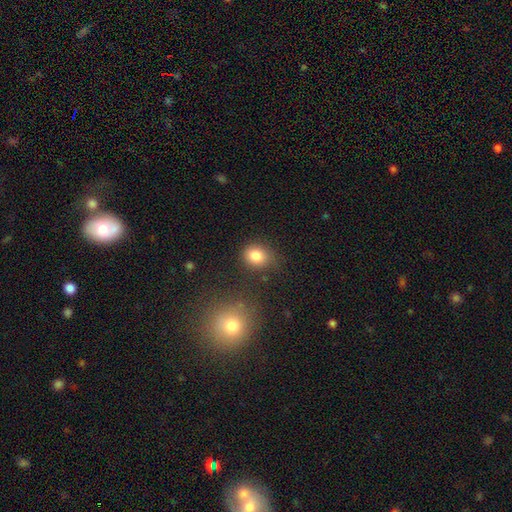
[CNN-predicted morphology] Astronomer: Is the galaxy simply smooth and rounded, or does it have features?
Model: smooth — 83%.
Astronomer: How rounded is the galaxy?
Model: round — 59% (runner-up: in between, 40%).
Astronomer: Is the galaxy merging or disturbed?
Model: none — 75%.